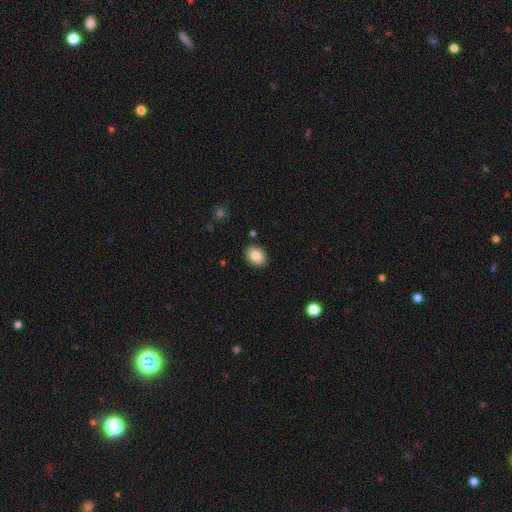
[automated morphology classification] A smooth galaxy with no disk features (86%) that is in between round and cigar-shaped (77%).

Vote fractions:
- Smooth or featured? smooth: 86% / star or artifact: 8% / featured or disk: 6%
- How rounded? in between: 77% / round: 22% / cigar-shaped: 1%
- Merging? none: 88% / minor disturbance: 8% / major disturbance: 2% / merger: 2%